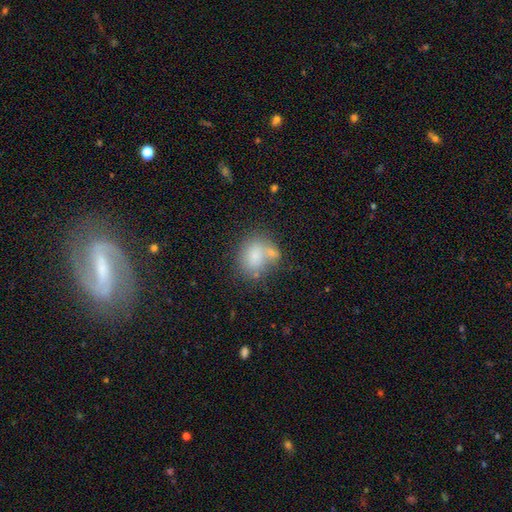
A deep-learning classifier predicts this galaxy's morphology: smooth_or_featured: smooth (p=0.76) [alt: featured or disk p=0.14]
how_rounded: round (p=0.52) [alt: in between p=0.47]
merging: none (p=0.48) [alt: merger p=0.27]